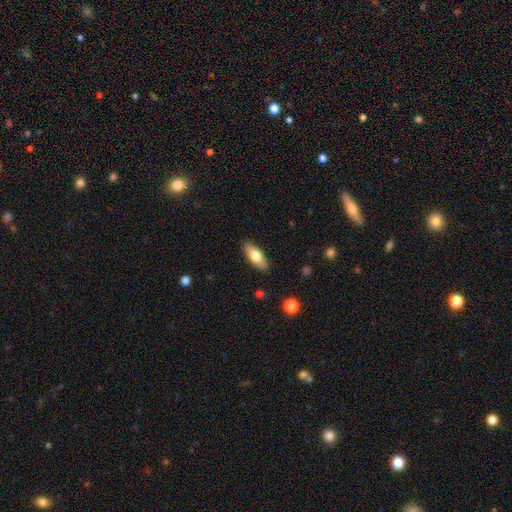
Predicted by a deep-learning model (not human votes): Smooth or featured?
  - smooth: 73% *
  - featured or disk: 21%
  - star or artifact: 6%
How rounded?
  - in between: 77% *
  - cigar-shaped: 20%
  - round: 2%
Merging?
  - none: 88% *
  - minor disturbance: 9%
  - major disturbance: 2%
  - merger: 1%